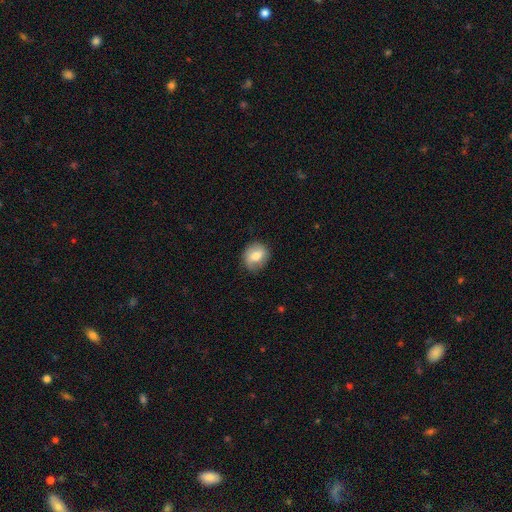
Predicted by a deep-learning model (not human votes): Smooth or featured: smooth — 68% (featured or disk — 24%)
How rounded: round — 65% (in between — 34%)
Merging: none — 80% (minor disturbance — 15%)